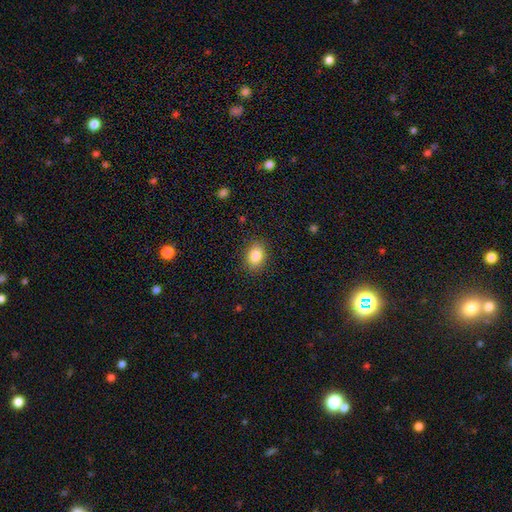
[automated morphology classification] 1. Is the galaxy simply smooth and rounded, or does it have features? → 85% smooth, 8% star or artifact, 6% featured or disk.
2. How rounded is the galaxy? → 75% in between, 24% round, 1% cigar-shaped.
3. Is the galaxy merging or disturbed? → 87% none, 9% minor disturbance, 3% major disturbance, 1% merger.